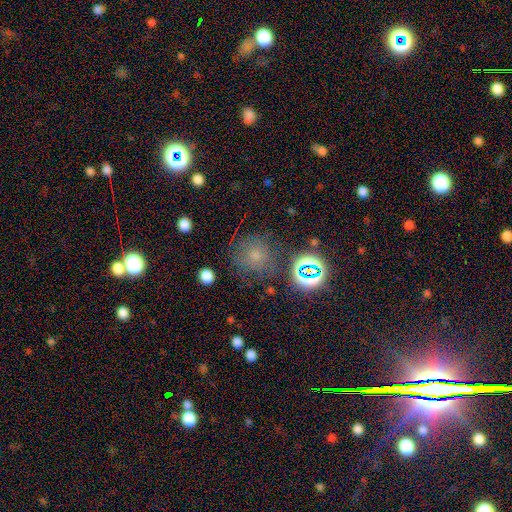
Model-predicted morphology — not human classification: Smooth or featured? smooth (62%)
How rounded? round (91%)
Merging? none (73%)